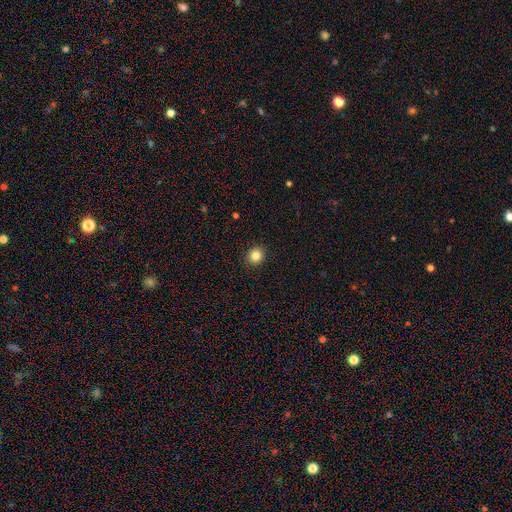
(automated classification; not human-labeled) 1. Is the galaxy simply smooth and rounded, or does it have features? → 84% smooth, 11% star or artifact, 5% featured or disk.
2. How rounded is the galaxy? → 87% round, 12% in between, 1% cigar-shaped.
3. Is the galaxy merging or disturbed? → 92% none, 5% minor disturbance, 2% major disturbance, 1% merger.